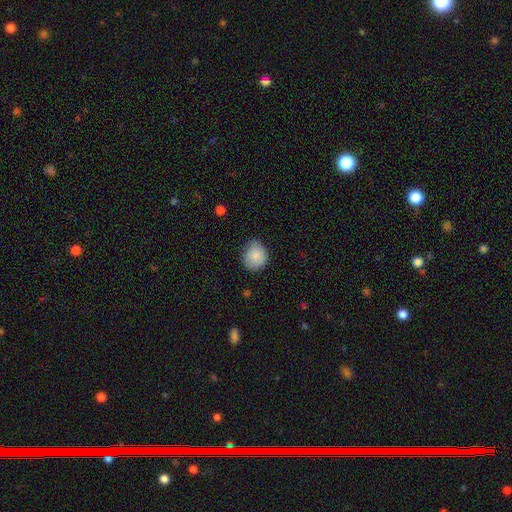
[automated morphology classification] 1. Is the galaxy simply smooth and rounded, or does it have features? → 85% smooth, 8% star or artifact, 7% featured or disk.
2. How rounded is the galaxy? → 76% round, 23% in between, 1% cigar-shaped.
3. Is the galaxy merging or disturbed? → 68% none, 27% minor disturbance, 4% major disturbance, 1% merger.